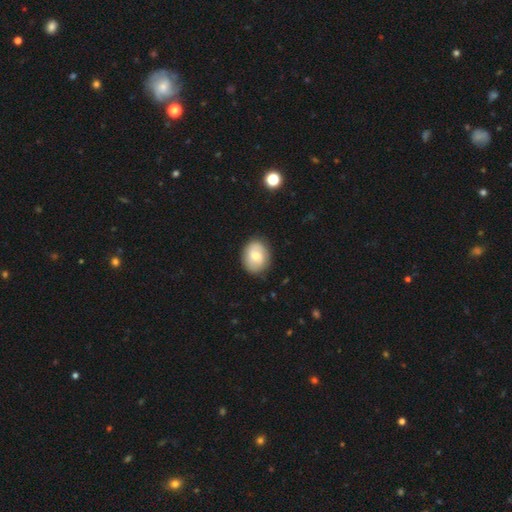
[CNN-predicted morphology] Q: Smooth or featured?
A: smooth (66%); runner-up: featured or disk (27%)
Q: How rounded?
A: round (53%); runner-up: in between (46%)
Q: Merging?
A: none (86%); runner-up: minor disturbance (11%)